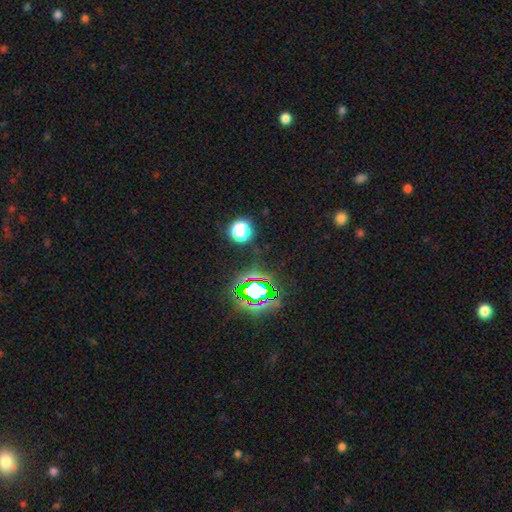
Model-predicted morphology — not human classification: Smooth or featured: star or artifact — 75% (smooth — 18%)